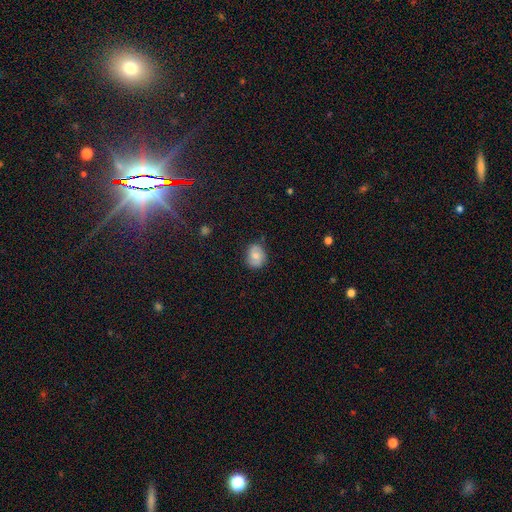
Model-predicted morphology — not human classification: smooth_or_featured: smooth (p=0.62) [alt: featured or disk p=0.29]
how_rounded: round (p=0.56) [alt: in between p=0.43]
merging: none (p=0.74) [alt: minor disturbance p=0.20]